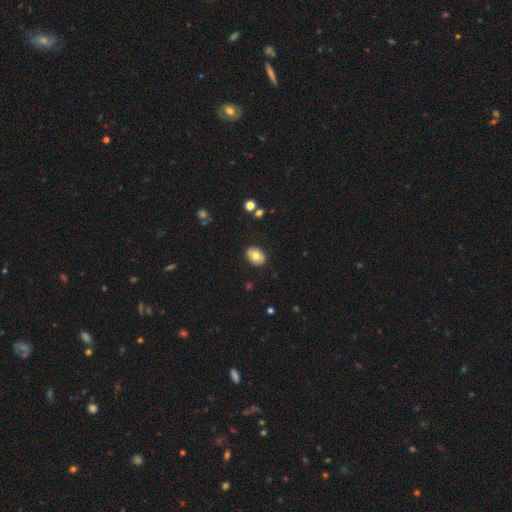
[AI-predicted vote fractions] The model was most divided on "how rounded": in between: 71%, round: 28%, cigar-shaped: 1%. More confident: merging — none (87%); smooth or featured — smooth (72%).